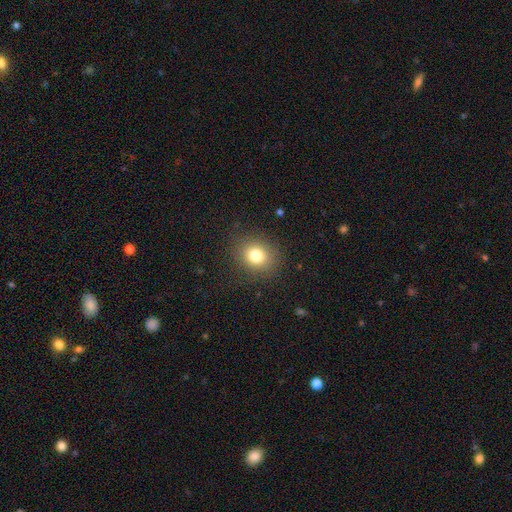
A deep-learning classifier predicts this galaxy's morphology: A smooth galaxy with no disk features (80%) that is round (72%). Merging: none (86%).